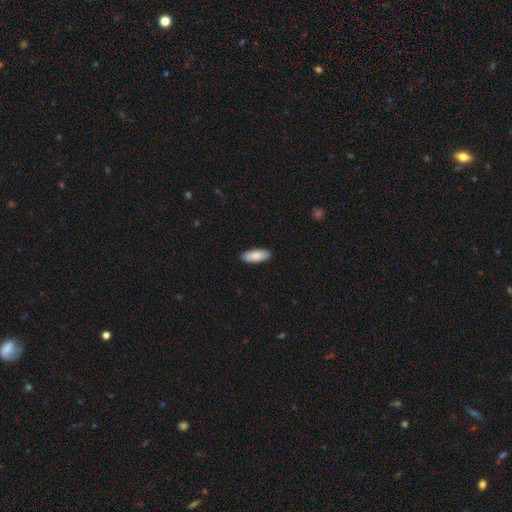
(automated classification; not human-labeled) Smooth or featured? Predicted: smooth (p=0.87). How rounded? Predicted: in between (p=0.81). Merging? Predicted: none (p=0.90).